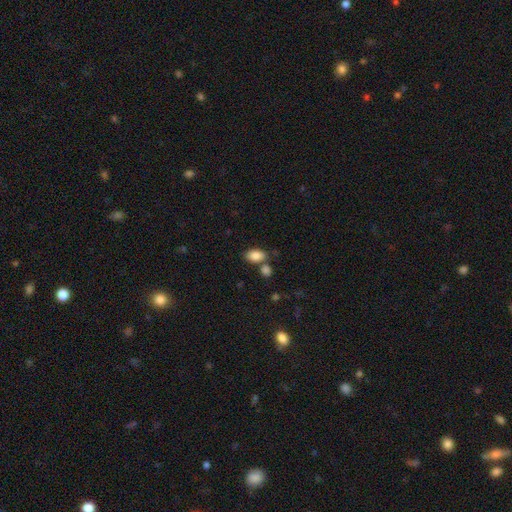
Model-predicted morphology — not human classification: Smooth or featured: smooth — 86% (star or artifact — 8%)
How rounded: in between — 89% (round — 9%)
Merging: none — 63% (merger — 21%)